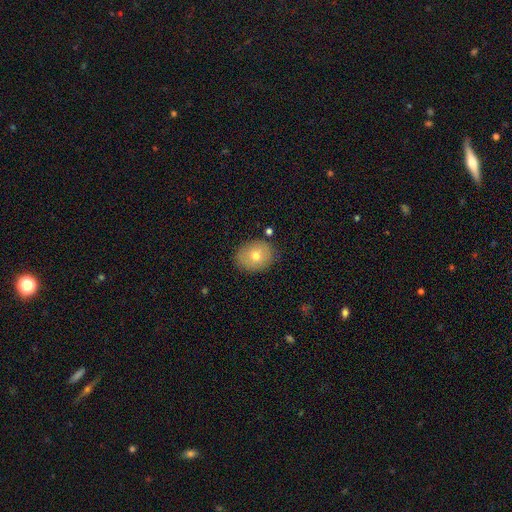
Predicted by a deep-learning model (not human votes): Smooth or featured? smooth (70%)
How rounded? round (51%)
Merging? none (83%)